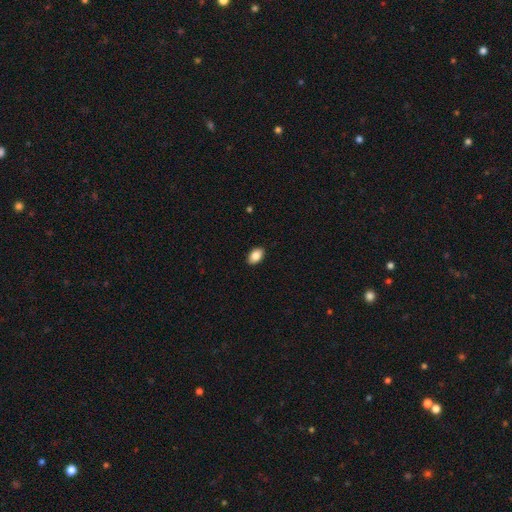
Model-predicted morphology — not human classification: Smooth or featured?
  - smooth: 87% *
  - star or artifact: 7%
  - featured or disk: 5%
How rounded?
  - in between: 90% *
  - round: 8%
  - cigar-shaped: 1%
Merging?
  - none: 90% *
  - minor disturbance: 7%
  - major disturbance: 2%
  - merger: 1%